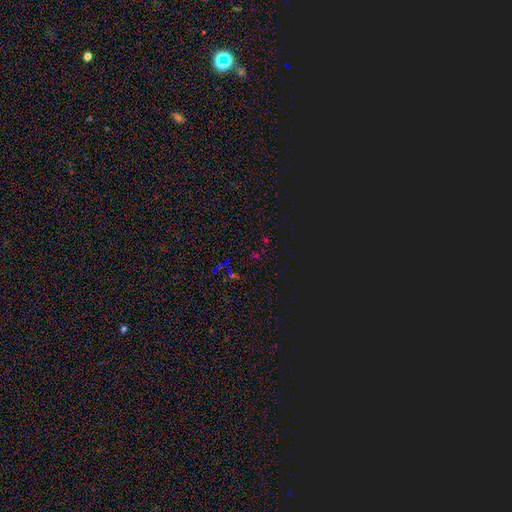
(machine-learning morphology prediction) type=star or artifact (74%).